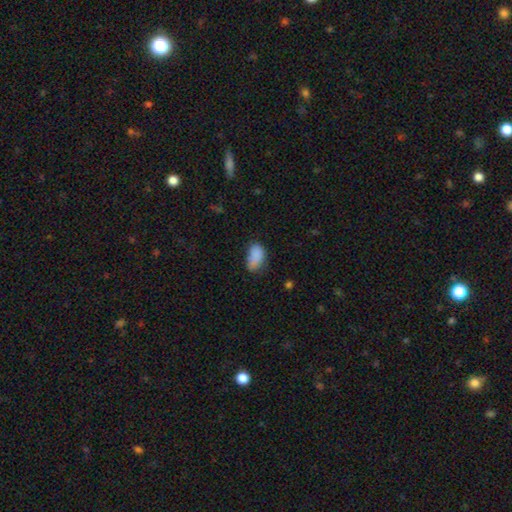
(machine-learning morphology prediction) type=smooth (87%); roundness=in between (93%); merging=none (55%).